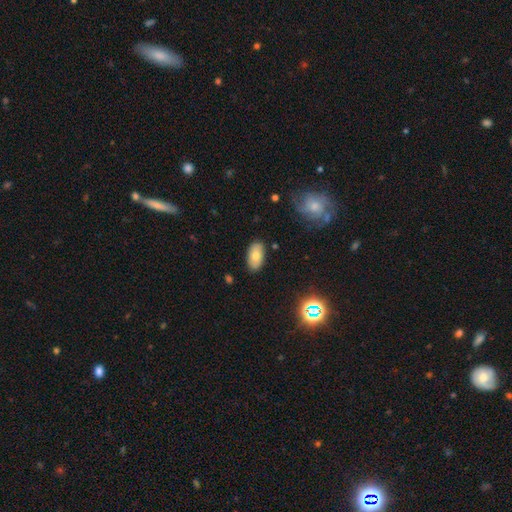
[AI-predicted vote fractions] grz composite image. It shows a smooth galaxy with no disk features (72%) that is in between round and cigar-shaped (94%). Merging: none (84%).